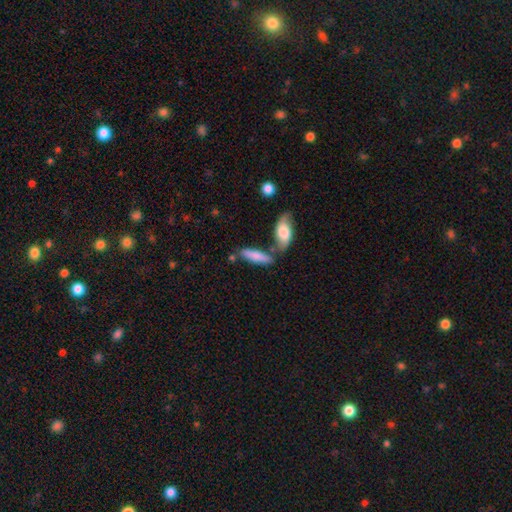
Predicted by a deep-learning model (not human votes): Smooth or featured? smooth (75%)
How rounded? cigar-shaped (59%)
Merging? none (59%)